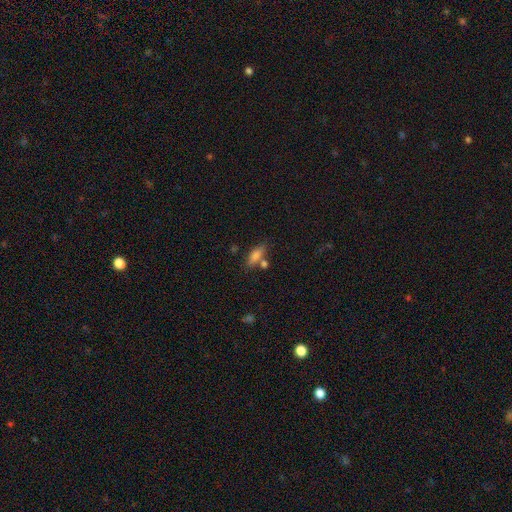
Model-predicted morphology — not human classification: smooth 78%, featured or disk 14%, star or artifact 8%. Down the decision tree: how rounded — in between (63%); merging — none (66%).